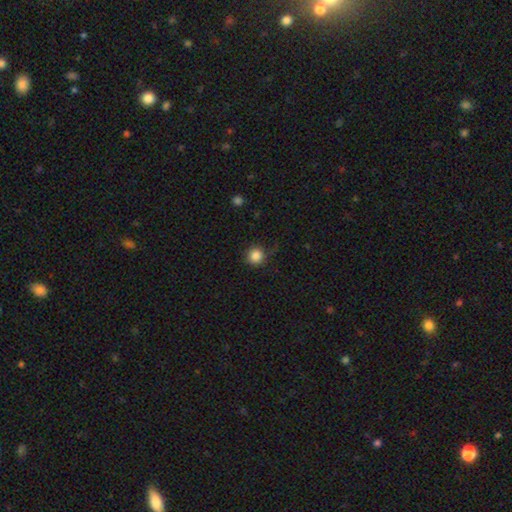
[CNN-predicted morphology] This appears to be a smooth galaxy with no disk features (85%) that is round (93%). Merging: none (83%).